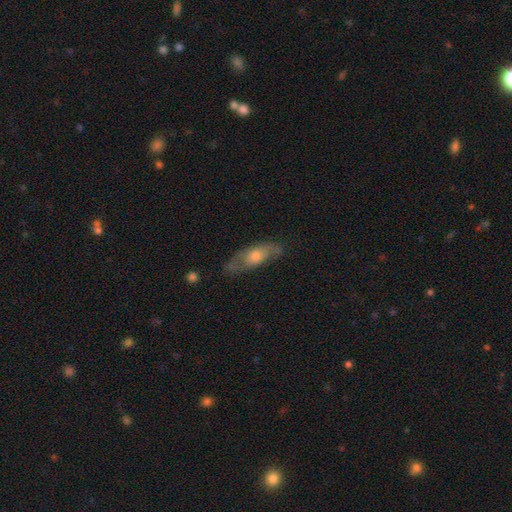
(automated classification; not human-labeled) Smooth or featured? Predicted: featured or disk (p=0.48). Merging? Predicted: none (p=0.66).